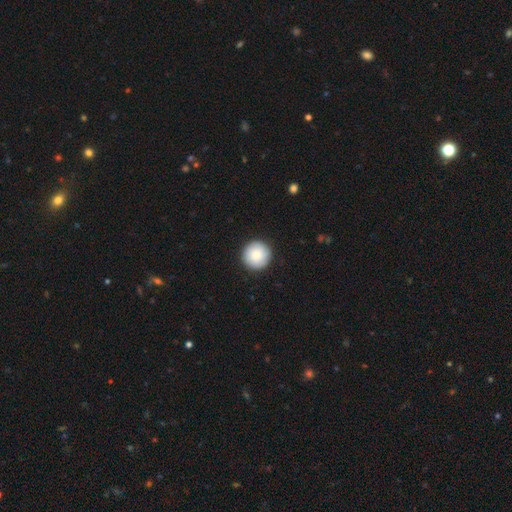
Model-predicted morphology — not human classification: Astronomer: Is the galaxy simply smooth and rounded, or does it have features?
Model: smooth — 85%.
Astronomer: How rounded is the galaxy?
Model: round — 96%.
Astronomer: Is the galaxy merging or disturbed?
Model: none — 92%.